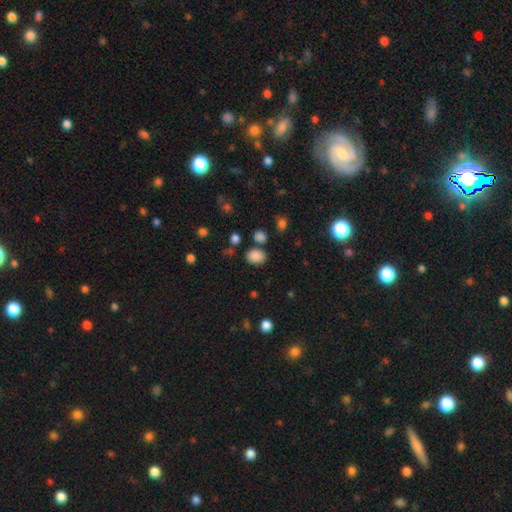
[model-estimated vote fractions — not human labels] smooth-or-featured: smooth: 83% | star or artifact: 13% | featured or disk: 4%
  how-rounded: in between: 57% | round: 42% | cigar-shaped: 1%
  merging: none: 75% | minor disturbance: 13% | merger: 8% | major disturbance: 4%